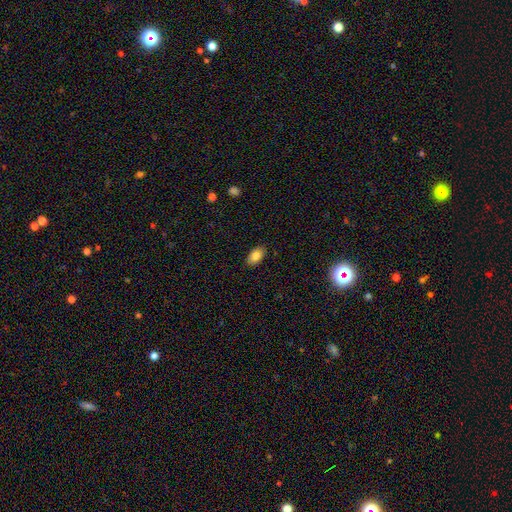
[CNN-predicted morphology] A smooth galaxy with no disk features (84%) that is in between round and cigar-shaped (91%).

Vote fractions:
- Smooth or featured? smooth: 84% / featured or disk: 9% / star or artifact: 8%
- How rounded? in between: 91% / round: 7% / cigar-shaped: 2%
- Merging? none: 88% / minor disturbance: 9% / major disturbance: 2% / merger: 1%